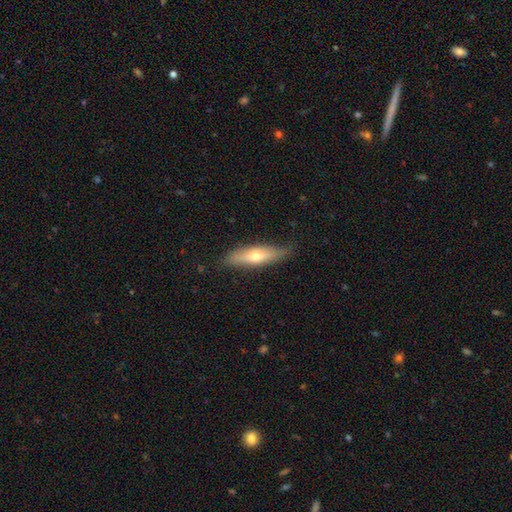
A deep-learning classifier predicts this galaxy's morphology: Smooth or featured: smooth — 52% (featured or disk — 42%)
How rounded: cigar-shaped — 61% (in between — 37%)
Merging: none — 78% (minor disturbance — 17%)